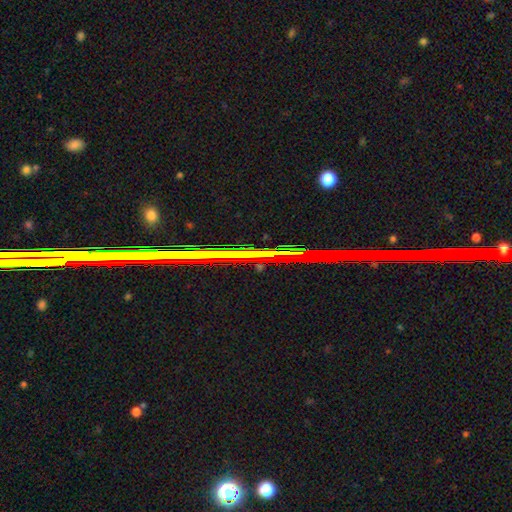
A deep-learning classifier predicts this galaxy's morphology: smooth_or_featured: star or artifact (p=0.80) [alt: featured or disk p=0.12]